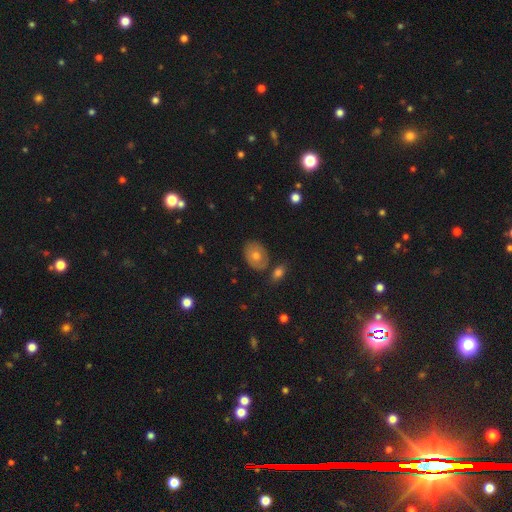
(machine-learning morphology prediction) A smooth galaxy with no disk features (59%) that is in between round and cigar-shaped (66%). Merging: none (77%).